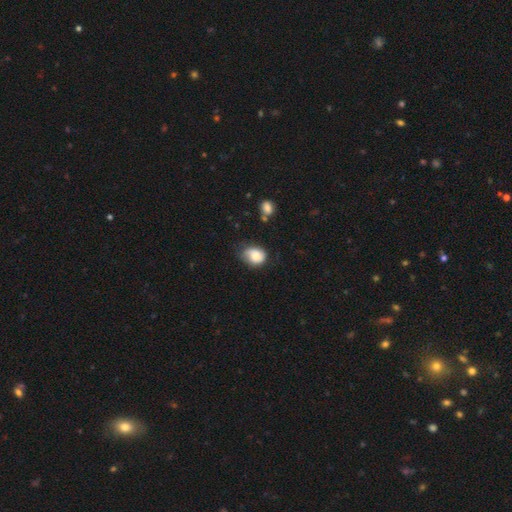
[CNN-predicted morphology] A smooth galaxy with no disk features (79%) that is in between round and cigar-shaped (52%). Merging: none (46%).